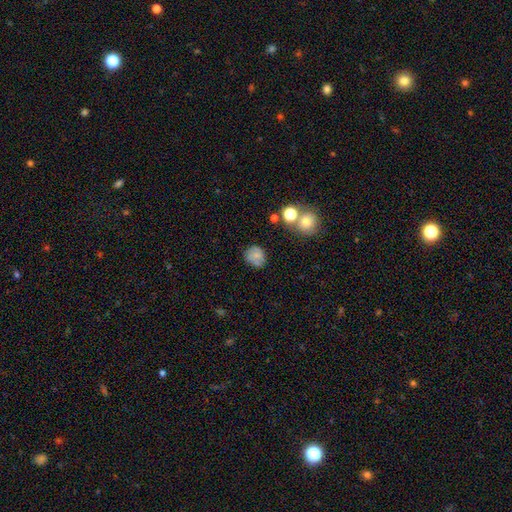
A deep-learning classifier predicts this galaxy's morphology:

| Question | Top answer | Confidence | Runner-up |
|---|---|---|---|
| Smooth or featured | smooth | 65% | featured or disk (24%) |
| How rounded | round | 71% | in between (28%) |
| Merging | none | 67% | minor disturbance (20%) |